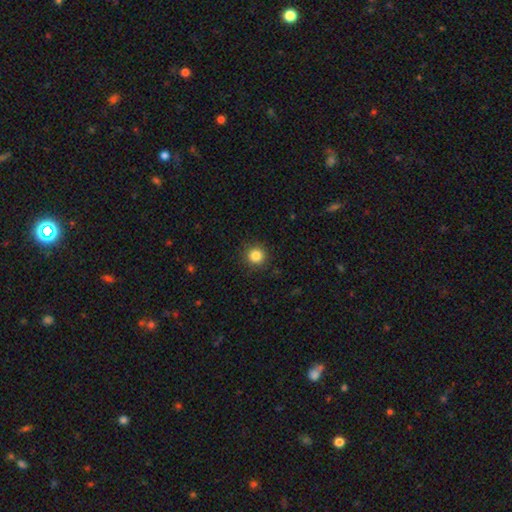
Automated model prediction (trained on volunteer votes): smooth_or_featured: smooth (p=0.84) [alt: star or artifact p=0.11]
how_rounded: round (p=0.95) [alt: in between p=0.04]
merging: none (p=0.91) [alt: minor disturbance p=0.06]